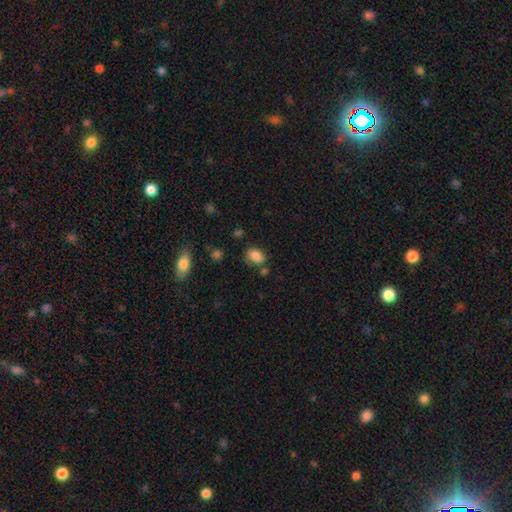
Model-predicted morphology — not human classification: Smooth or featured? smooth (84%)
How rounded? in between (73%)
Merging? none (65%)